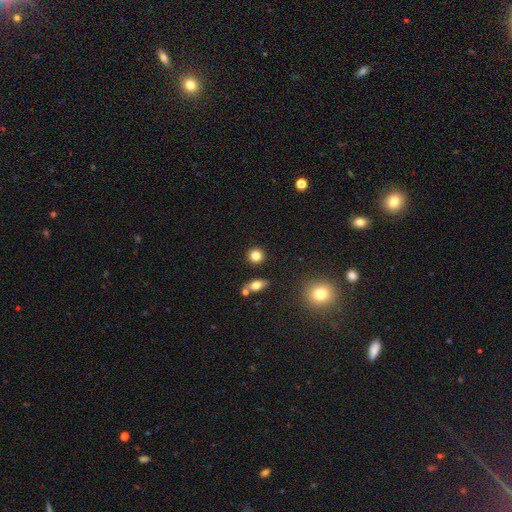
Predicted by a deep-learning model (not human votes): Smooth or featured: smooth — 82% (star or artifact — 12%)
How rounded: round — 89% (in between — 10%)
Merging: none — 88% (minor disturbance — 6%)